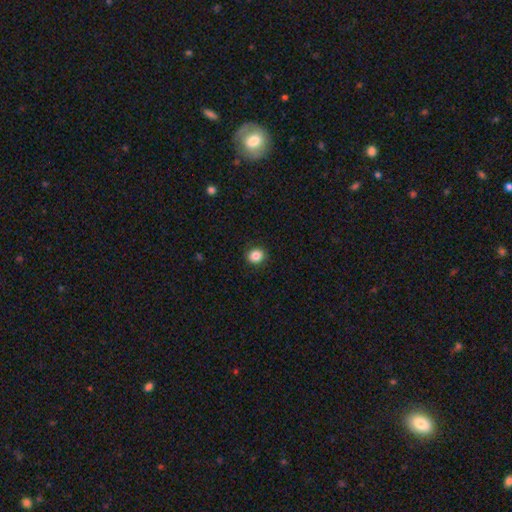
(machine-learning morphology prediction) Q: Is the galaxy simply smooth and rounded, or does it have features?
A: smooth — 86%.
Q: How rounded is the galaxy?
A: round — 79%.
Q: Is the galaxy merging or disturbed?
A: none — 91%.